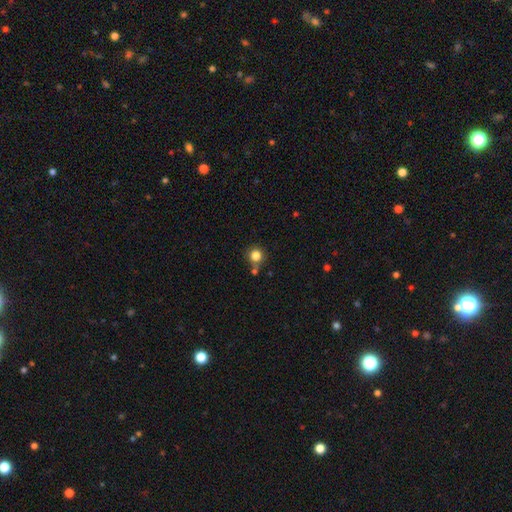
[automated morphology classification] Smooth or featured? Predicted: smooth (p=0.82). How rounded? Predicted: round (p=0.91). Merging? Predicted: none (p=0.70).